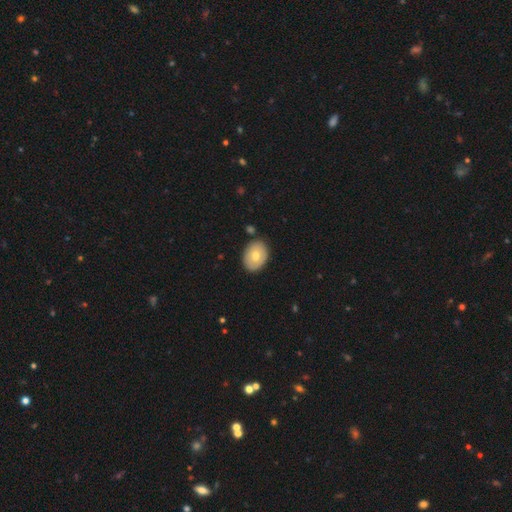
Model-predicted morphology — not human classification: A smooth galaxy with no disk features (67%) that is in between round and cigar-shaped (71%). Merging: none (82%).